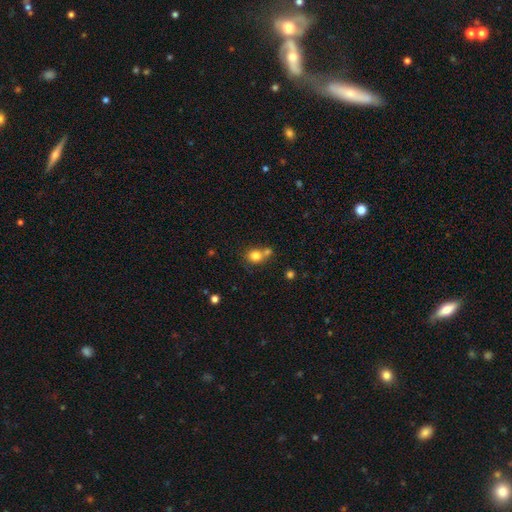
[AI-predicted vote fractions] A smooth galaxy with no disk features (80%) that is round (78%). Merging: none (49%).